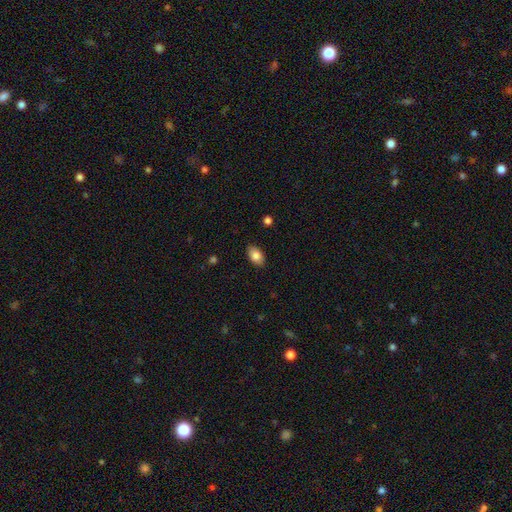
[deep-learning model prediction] Morphology: type=smooth (85%); roundness=in between (89%); merging=none (86%).